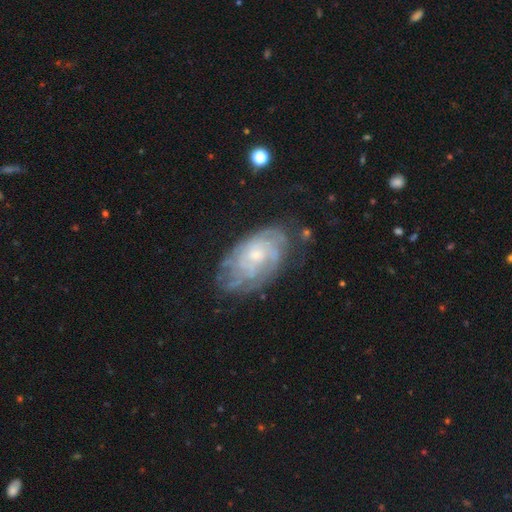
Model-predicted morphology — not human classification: Smooth or featured: featured or disk — 77% (smooth — 16%)
Edge-on disk: no — 95% (yes — 5%)
Bar: no — 73% (weak — 23%)
Spiral arms: yes — 89% (no — 11%)
Spiral winding: tight — 69% (medium — 24%)
Spiral arm count: can't tell — 58% (4 — 11%)
Bulge size: small — 59% (moderate — 34%)
Merging: none — 69% (minor disturbance — 21%)